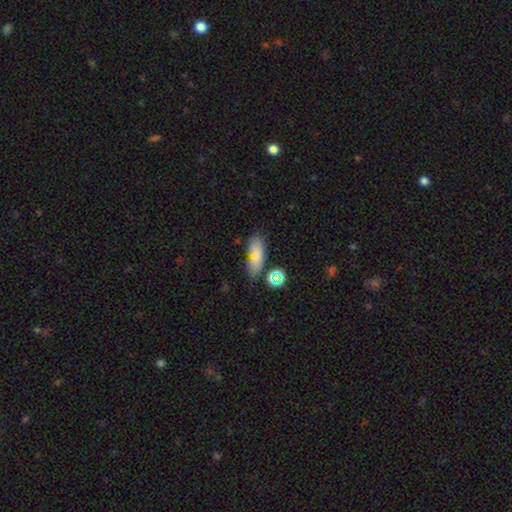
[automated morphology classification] Q: Smooth or featured?
A: smooth (76%); runner-up: star or artifact (13%)
Q: How rounded?
A: in between (73%); runner-up: cigar-shaped (23%)
Q: Merging?
A: none (72%); runner-up: minor disturbance (16%)